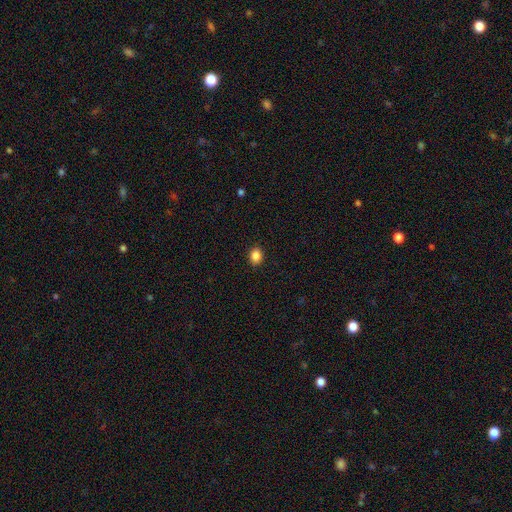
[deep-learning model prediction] Smooth or featured: smooth — 87% (star or artifact — 10%)
How rounded: in between — 55% (round — 44%)
Merging: none — 90% (minor disturbance — 7%)